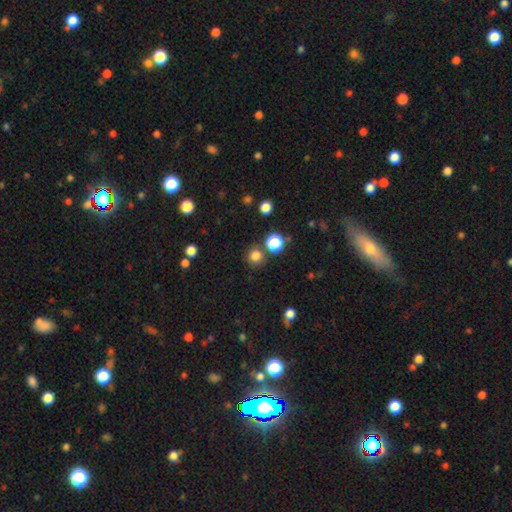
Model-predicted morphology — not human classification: Smooth or featured?
  - smooth: 79% *
  - star or artifact: 16%
  - featured or disk: 4%
How rounded?
  - round: 93% *
  - in between: 6%
  - cigar-shaped: 1%
Merging?
  - none: 83% *
  - merger: 7%
  - minor disturbance: 7%
  - major disturbance: 3%